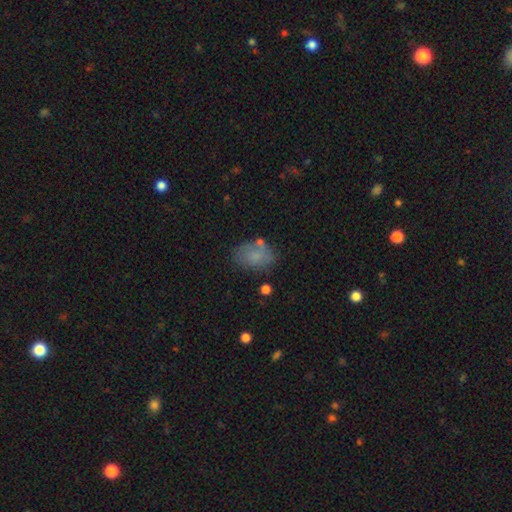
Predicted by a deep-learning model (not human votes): Smooth or featured?
  - smooth: 73% *
  - featured or disk: 17%
  - star or artifact: 11%
How rounded?
  - in between: 82% *
  - round: 17%
  - cigar-shaped: 1%
Merging?
  - none: 63% *
  - minor disturbance: 22%
  - merger: 8%
  - major disturbance: 8%